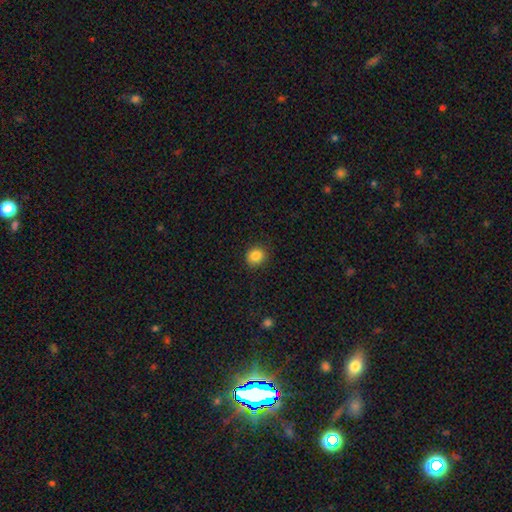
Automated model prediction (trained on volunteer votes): smooth_or_featured: smooth (p=0.85) [alt: star or artifact p=0.10]
how_rounded: round (p=0.82) [alt: in between p=0.17]
merging: none (p=0.89) [alt: minor disturbance p=0.08]